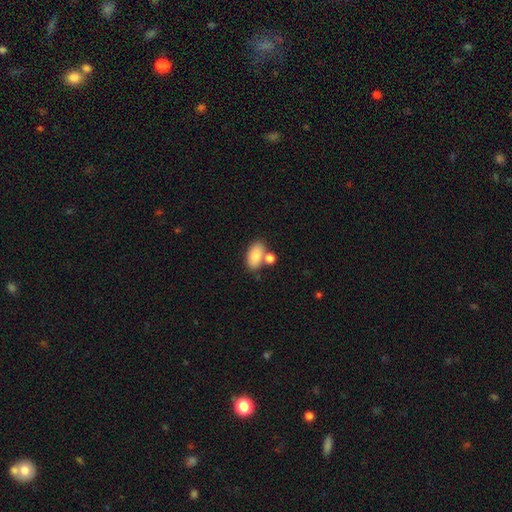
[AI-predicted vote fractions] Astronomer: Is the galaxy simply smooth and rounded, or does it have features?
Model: smooth — 84%.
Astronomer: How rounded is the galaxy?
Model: in between — 92%.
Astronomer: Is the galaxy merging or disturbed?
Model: none — 59%.